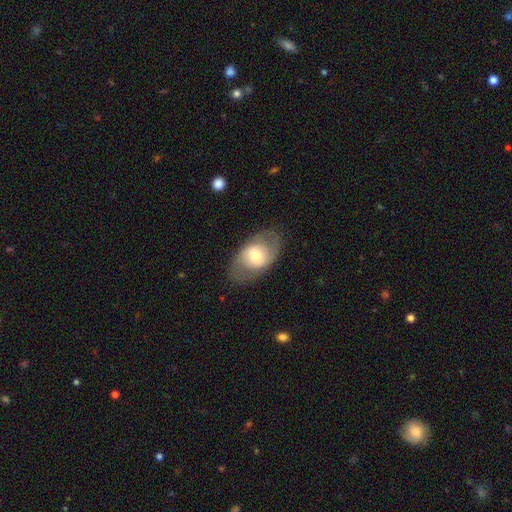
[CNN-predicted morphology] Smooth or featured: smooth — 50% (featured or disk — 43%)
How rounded: in between — 86% (round — 12%)
Merging: none — 78% (minor disturbance — 14%)